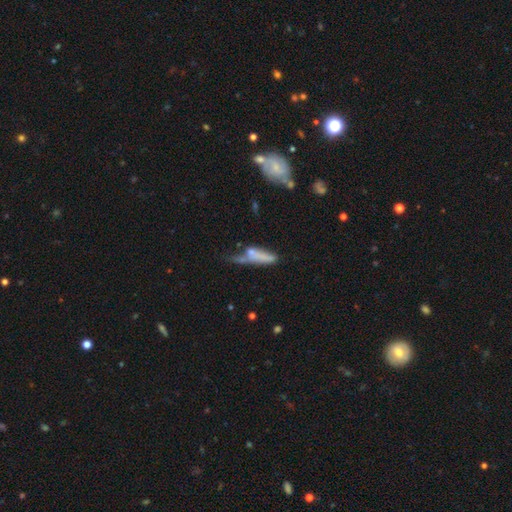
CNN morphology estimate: smooth_or_featured: smooth (p=0.54) [alt: featured or disk p=0.34]
how_rounded: cigar-shaped (p=0.70) [alt: in between p=0.26]
merging: none (p=0.32) [alt: minor disturbance p=0.27]